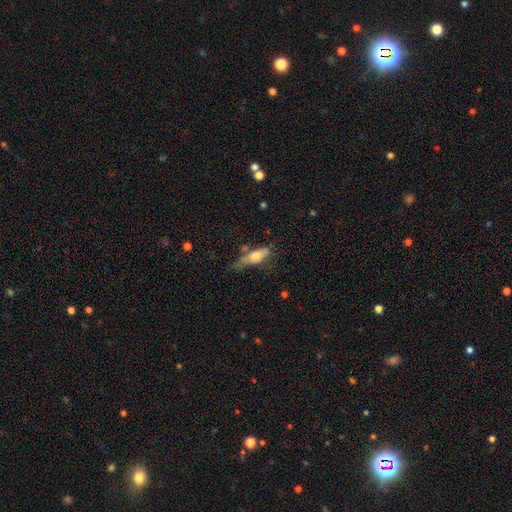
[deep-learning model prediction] Morphology: type=smooth (64%); roundness=in between (52%); merging=none (37%).